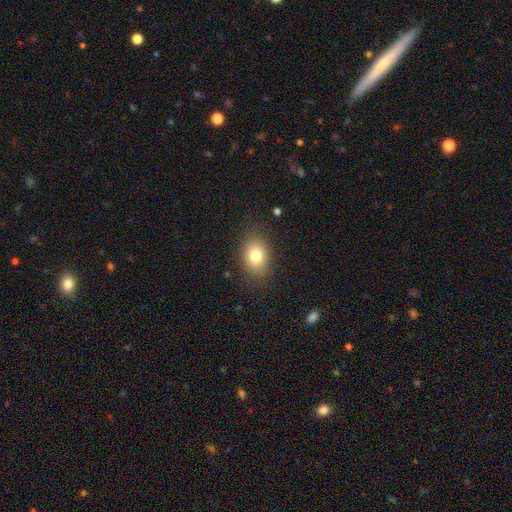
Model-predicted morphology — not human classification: This is likely a smooth galaxy (78%). How rounded: likely in between (68%). Merging: clearly none (84%).